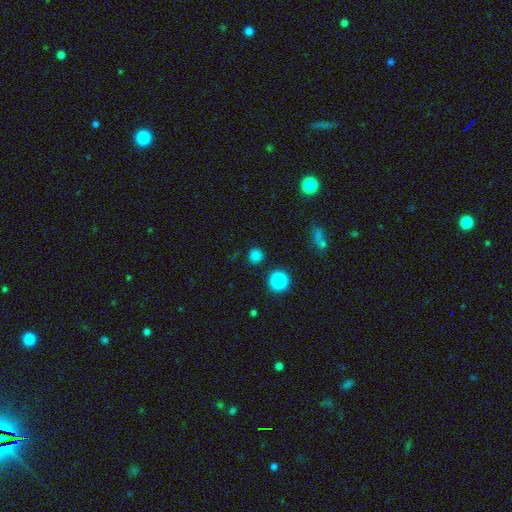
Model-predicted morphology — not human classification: This is likely a smooth galaxy (76%). How rounded: clearly round (92%). Merging: clearly none (89%).